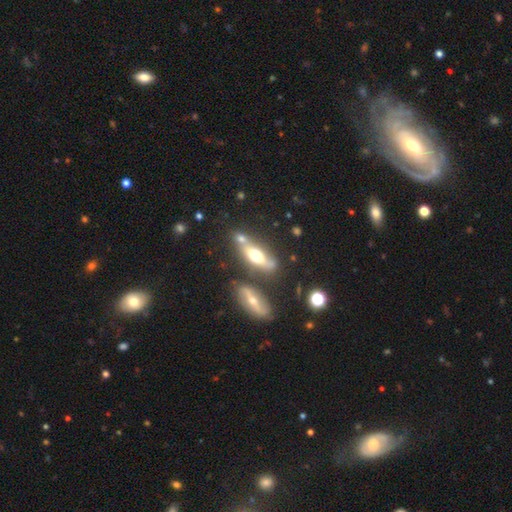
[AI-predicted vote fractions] A smooth galaxy with no disk features (48%). Merging: none (49%).